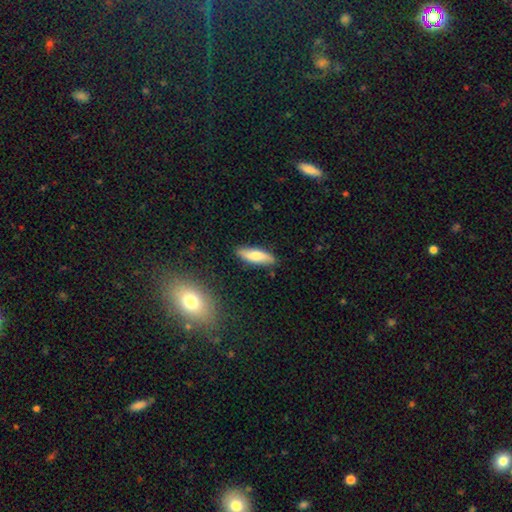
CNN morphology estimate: smooth_or_featured: smooth (p=0.71) [alt: featured or disk p=0.23]
how_rounded: cigar-shaped (p=0.52) [alt: in between p=0.46]
merging: none (p=0.84) [alt: minor disturbance p=0.12]